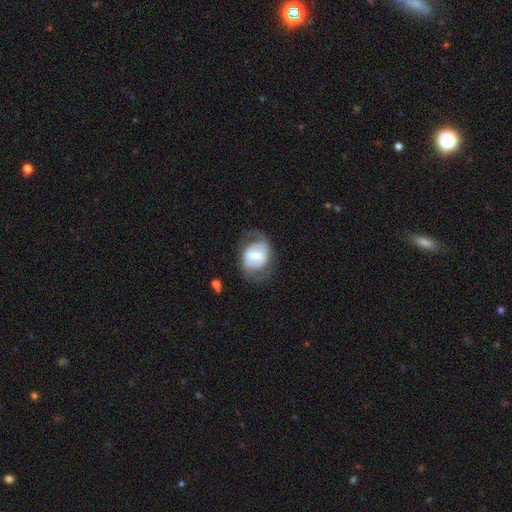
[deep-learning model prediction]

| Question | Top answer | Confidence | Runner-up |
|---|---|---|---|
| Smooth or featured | featured or disk | 57% | smooth (36%) |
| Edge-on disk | no | 94% | yes (6%) |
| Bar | strong | 43% | weak (38%) |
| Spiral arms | yes | 51% | no (49%) |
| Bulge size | moderate | 46% | small (38%) |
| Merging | none | 60% | minor disturbance (20%) |